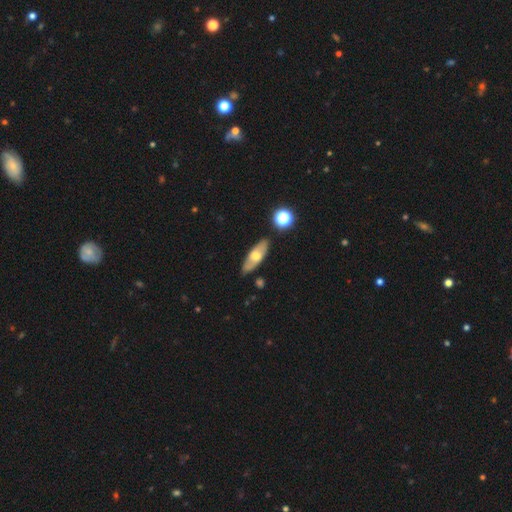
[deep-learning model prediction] smooth 52%, featured or disk 41%, star or artifact 7%. Down the decision tree: how rounded — in between (68%); merging — none (82%).